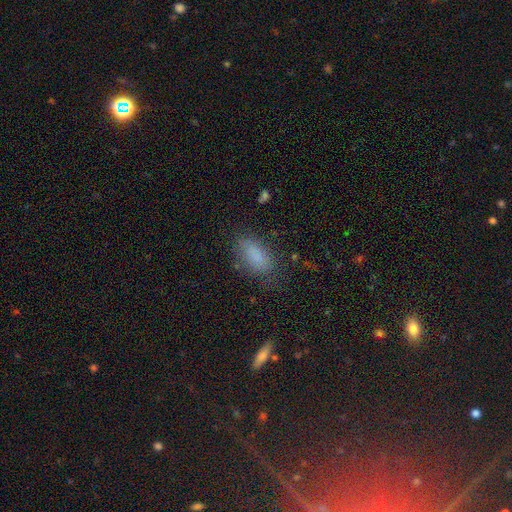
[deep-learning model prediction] Smooth or featured? smooth (82%)
How rounded? in between (87%)
Merging? none (75%)